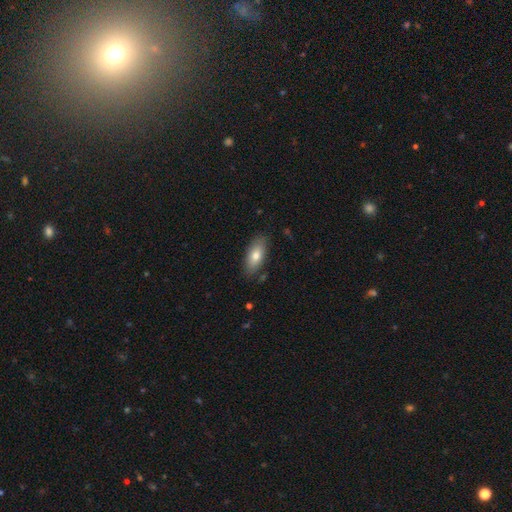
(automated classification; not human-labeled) Smooth or featured: smooth — 76% (featured or disk — 17%)
How rounded: in between — 84% (cigar-shaped — 13%)
Merging: none — 84% (minor disturbance — 12%)